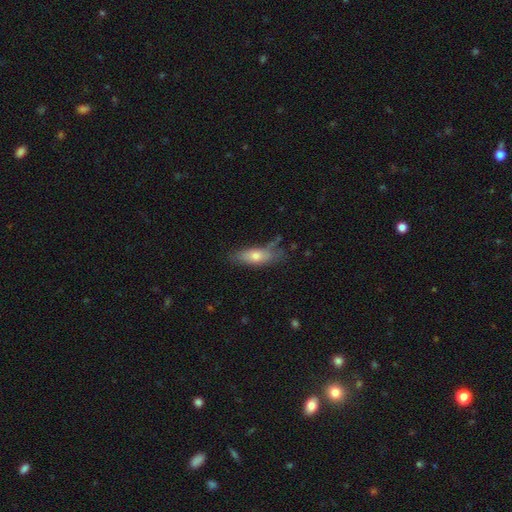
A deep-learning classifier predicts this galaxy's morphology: Smooth or featured? Predicted: smooth (p=0.65). How rounded? Predicted: in between (p=0.55). Merging? Predicted: none (p=0.63).